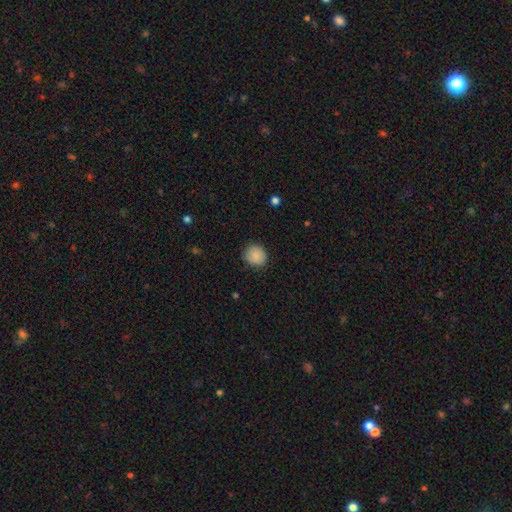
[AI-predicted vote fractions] smooth_or_featured: smooth (p=0.87) [alt: star or artifact p=0.08]
how_rounded: round (p=0.85) [alt: in between p=0.14]
merging: none (p=0.83) [alt: minor disturbance p=0.13]